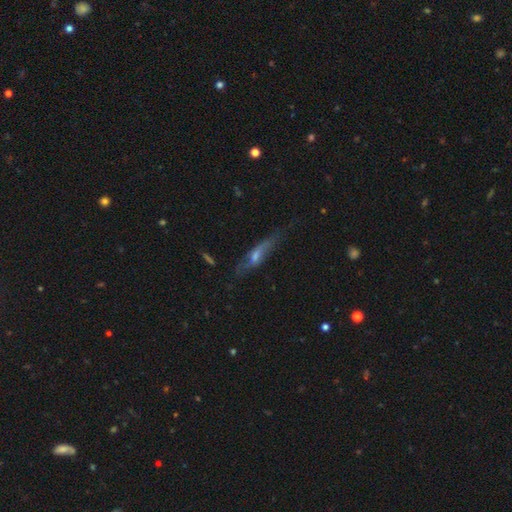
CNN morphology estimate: This is possibly a featured or disk galaxy (57%). It is likely viewed edge-on (72%). Merging: likely none (63%).